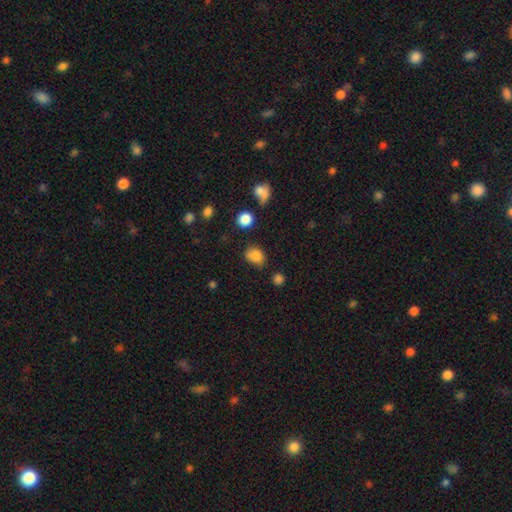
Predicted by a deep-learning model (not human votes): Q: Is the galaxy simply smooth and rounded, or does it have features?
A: smooth — 80%.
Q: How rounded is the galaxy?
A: in between — 53%.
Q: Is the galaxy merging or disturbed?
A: none — 57%.